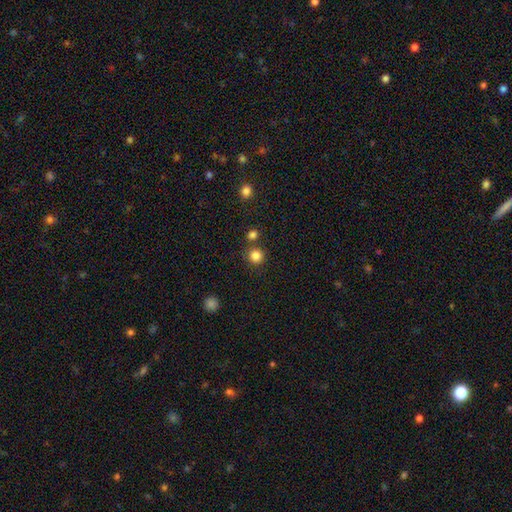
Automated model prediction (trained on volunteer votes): This appears to be a smooth galaxy with no disk features (83%) that is round (93%). Merging: none (79%).